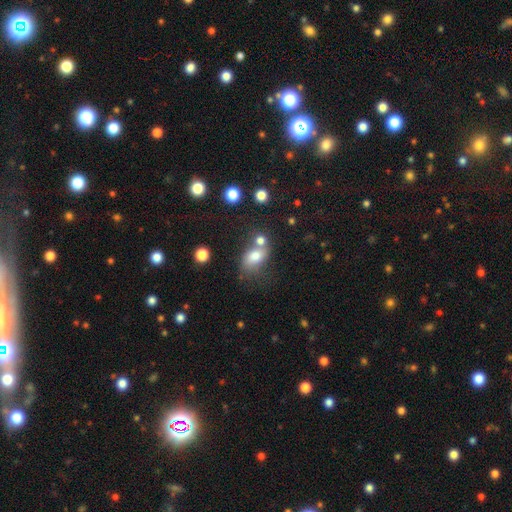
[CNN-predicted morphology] A smooth galaxy with no disk features (74%) that is in between round and cigar-shaped (75%). Merging: none (39%).